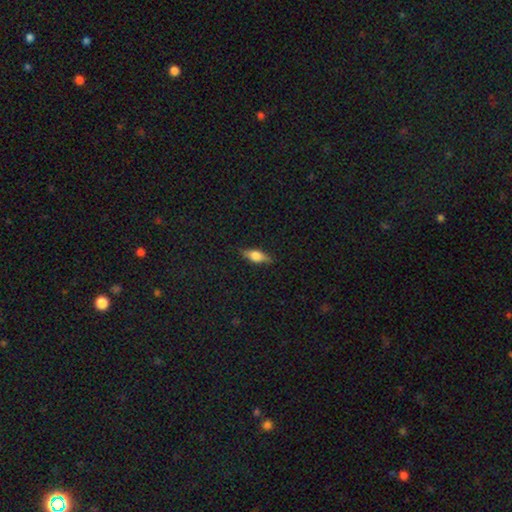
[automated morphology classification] This appears to be a smooth galaxy with no disk features (56%) that is in between round and cigar-shaped (64%). Merging: none (85%).